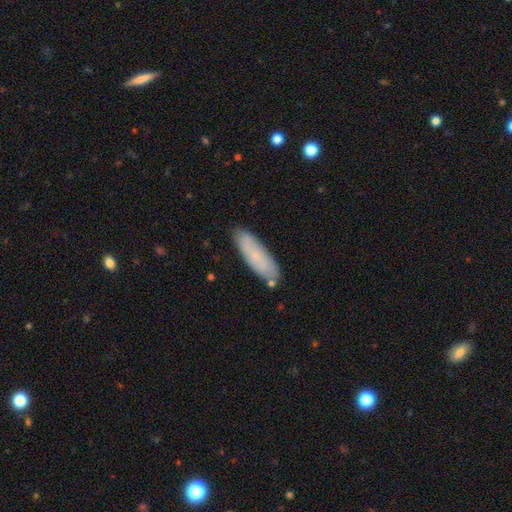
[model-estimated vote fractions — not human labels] Q: Smooth or featured?
A: smooth (70%); runner-up: featured or disk (23%)
Q: How rounded?
A: cigar-shaped (49%); tied with: in between (49%)
Q: Merging?
A: none (80%); runner-up: minor disturbance (14%)